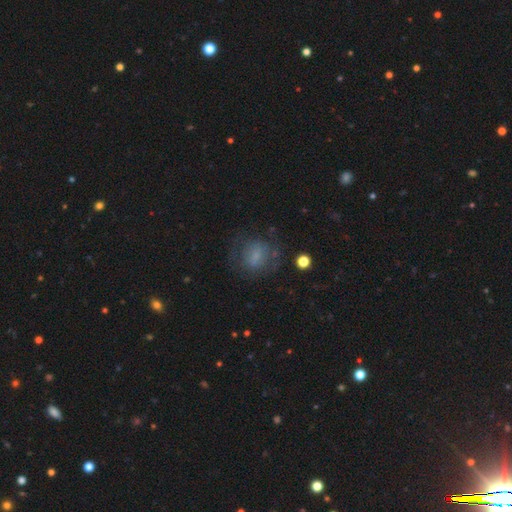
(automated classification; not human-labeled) This appears to be a smooth galaxy with no disk features (54%) that is round (65%). Merging: none (60%).